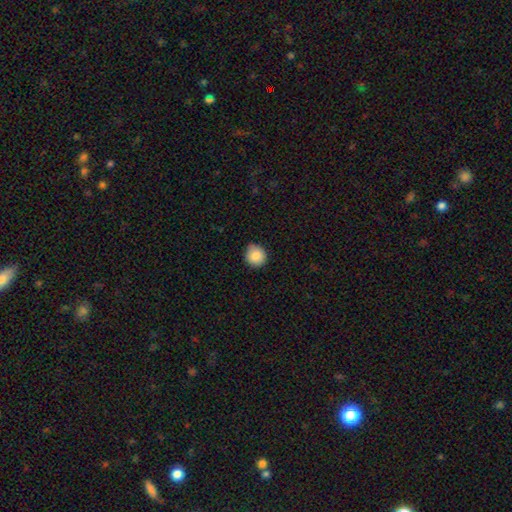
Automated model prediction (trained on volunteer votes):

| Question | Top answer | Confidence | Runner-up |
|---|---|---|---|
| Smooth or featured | smooth | 85% | star or artifact (9%) |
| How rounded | round | 89% | in between (10%) |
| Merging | none | 83% | minor disturbance (14%) |